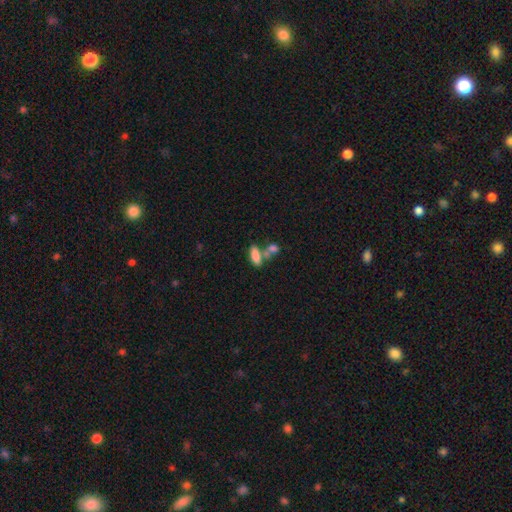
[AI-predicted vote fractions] Q: Smooth or featured?
A: smooth (80%); runner-up: featured or disk (11%)
Q: How rounded?
A: in between (78%); runner-up: cigar-shaped (18%)
Q: Merging?
A: merger (45%); runner-up: none (39%)